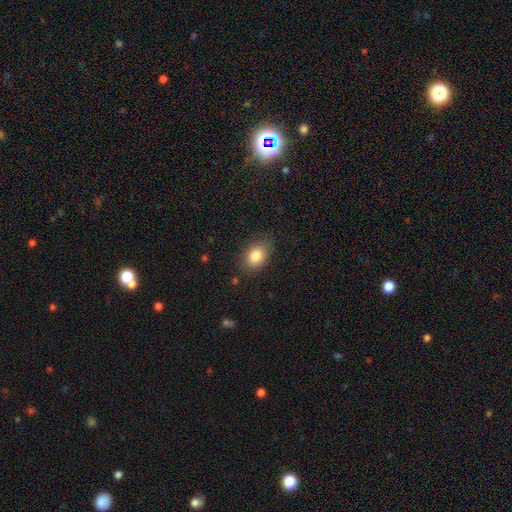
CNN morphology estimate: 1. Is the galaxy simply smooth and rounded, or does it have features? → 84% smooth, 8% star or artifact, 8% featured or disk.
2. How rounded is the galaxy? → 80% in between, 19% round, 1% cigar-shaped.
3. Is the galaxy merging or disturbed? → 81% none, 14% minor disturbance, 4% major disturbance, 1% merger.